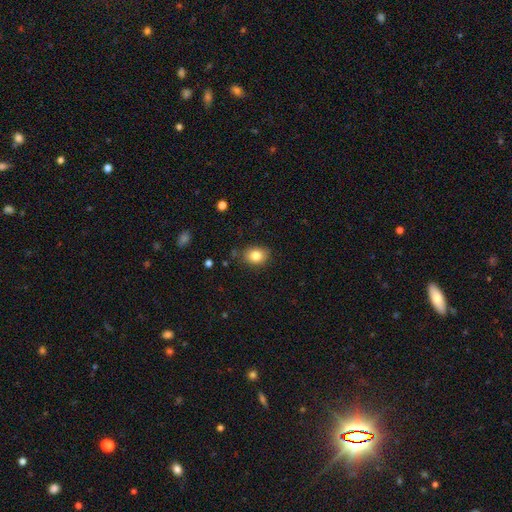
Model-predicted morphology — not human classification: A smooth galaxy with no disk features (83%) that is in between round and cigar-shaped (56%). Merging: none (80%).